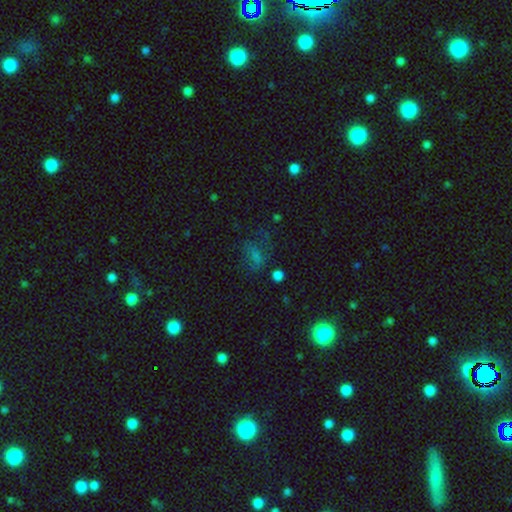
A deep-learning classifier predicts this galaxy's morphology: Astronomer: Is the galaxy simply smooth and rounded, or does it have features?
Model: star or artifact — 43% (runner-up: smooth, 36%).